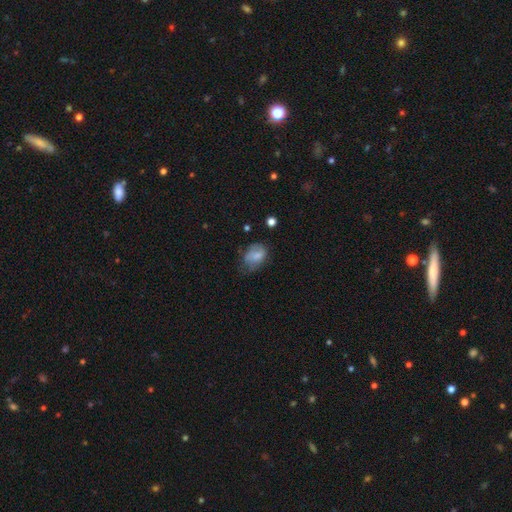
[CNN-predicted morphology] The model was most divided on "merging": none: 42%, minor disturbance: 36%, major disturbance: 20%, merger: 2%. More confident: how rounded — in between (75%); smooth or featured — smooth (71%).